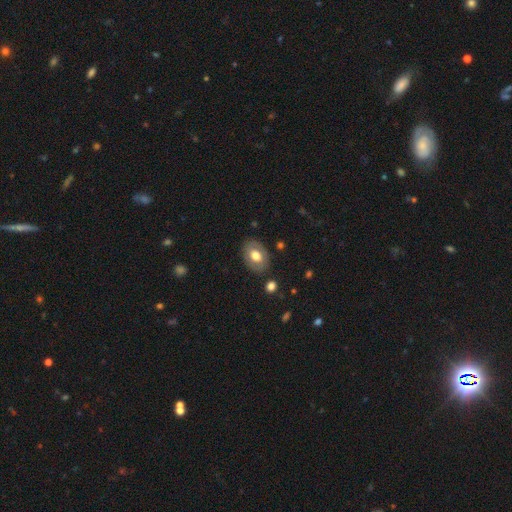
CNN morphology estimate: Smooth or featured: smooth — 62% (featured or disk — 31%)
How rounded: in between — 77% (round — 22%)
Merging: none — 83% (minor disturbance — 12%)